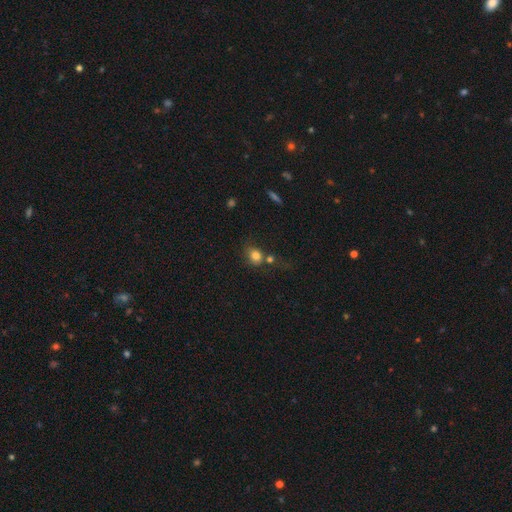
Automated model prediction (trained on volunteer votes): Smooth or featured? smooth (80%)
How rounded? round (64%)
Merging? none (52%)